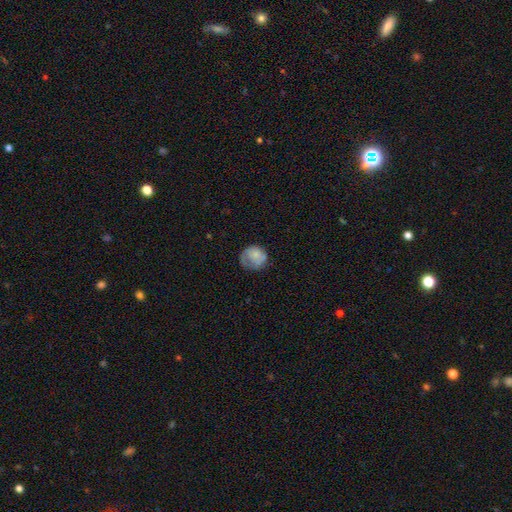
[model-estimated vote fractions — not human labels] A smooth galaxy with no disk features (67%) that is round (78%). Merging: none (51%).